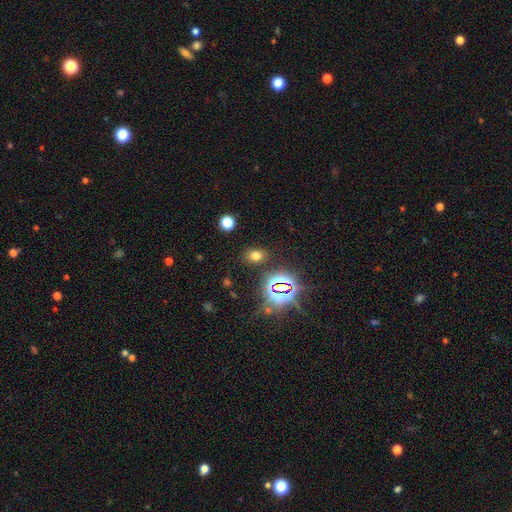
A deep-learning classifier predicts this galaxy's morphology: This appears to be a smooth galaxy with no disk features (65%) that is in between round and cigar-shaped (65%). Merging: none (84%).